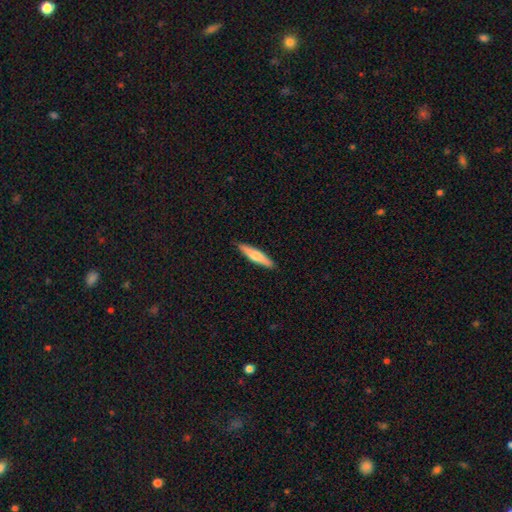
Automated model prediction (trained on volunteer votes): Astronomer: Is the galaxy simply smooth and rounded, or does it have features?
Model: smooth — 63%.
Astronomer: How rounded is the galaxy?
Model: cigar-shaped — 87%.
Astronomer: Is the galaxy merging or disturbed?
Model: none — 90%.